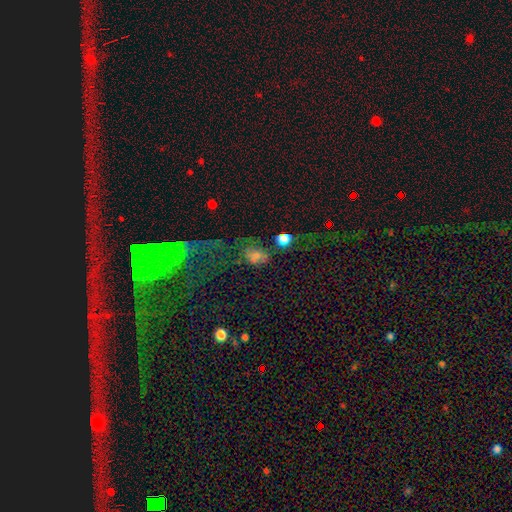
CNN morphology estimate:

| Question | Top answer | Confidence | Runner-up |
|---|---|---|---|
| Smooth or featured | smooth | 57% | star or artifact (27%) |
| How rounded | in between | 61% | round (36%) |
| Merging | none | 48% | minor disturbance (22%) |